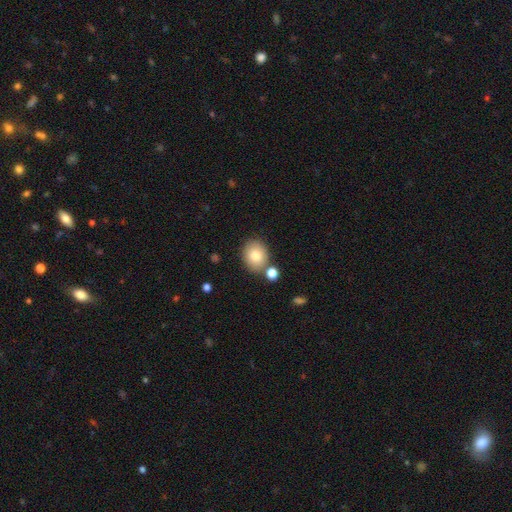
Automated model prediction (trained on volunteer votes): Smooth or featured?
  - smooth: 82% *
  - featured or disk: 9%
  - star or artifact: 8%
How rounded?
  - round: 53% *
  - in between: 46%
  - cigar-shaped: 1%
Merging?
  - none: 74% *
  - minor disturbance: 11%
  - merger: 11%
  - major disturbance: 3%